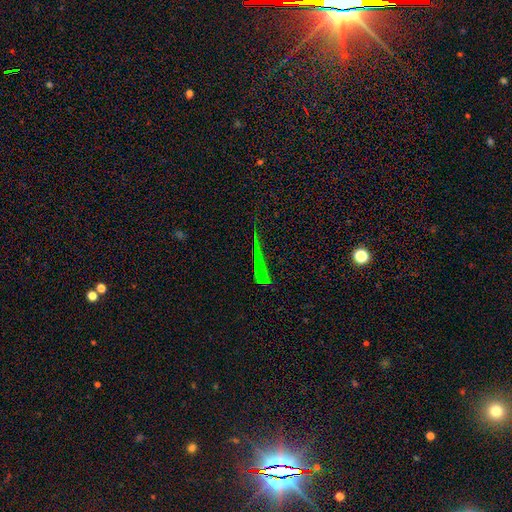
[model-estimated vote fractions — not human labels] A star or artifact, not a galaxy (66%).